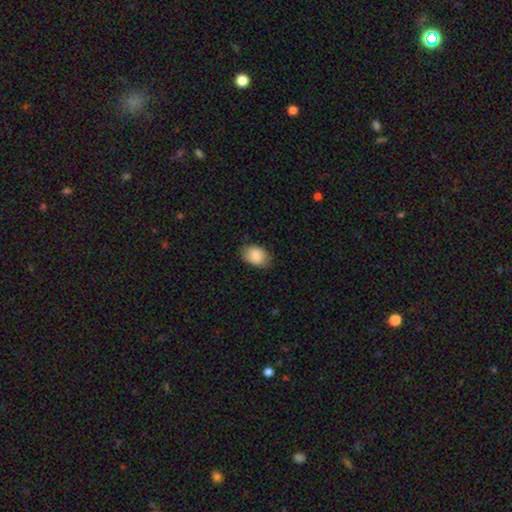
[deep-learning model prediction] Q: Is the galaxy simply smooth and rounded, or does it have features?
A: smooth — 86%.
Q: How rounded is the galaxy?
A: in between — 84%.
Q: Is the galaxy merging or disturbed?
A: none — 82%.